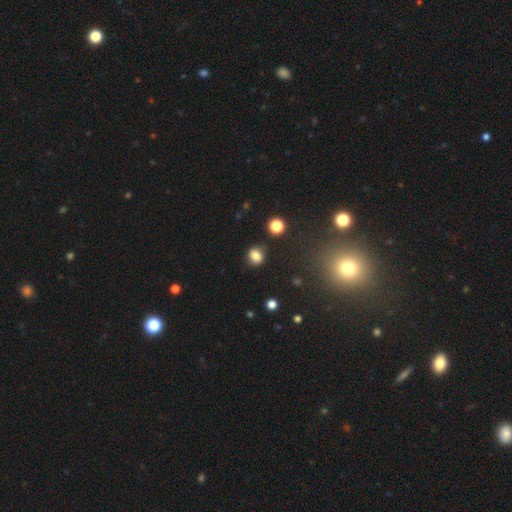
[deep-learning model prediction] Q: Smooth or featured?
A: smooth (81%); runner-up: star or artifact (12%)
Q: How rounded?
A: round (65%); runner-up: in between (34%)
Q: Merging?
A: none (78%); runner-up: minor disturbance (14%)